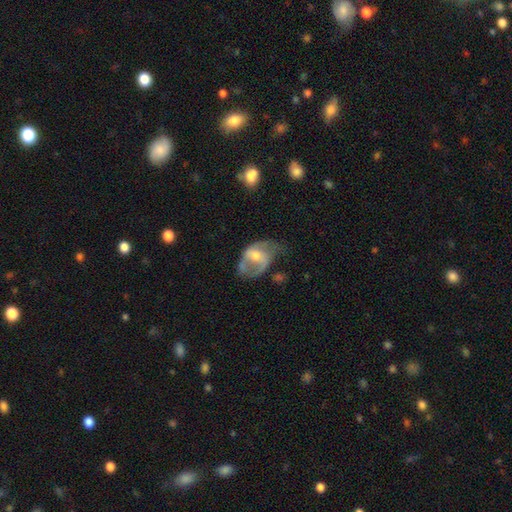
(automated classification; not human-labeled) This is likely a featured or disk galaxy (64%). It is clearly not viewed edge-on (96%). Bar: possibly no (49%). Spiral arm pattern: likely yes (65%). Central bulge: possibly moderate (53%). Merging: marginally major disturbance (36%).